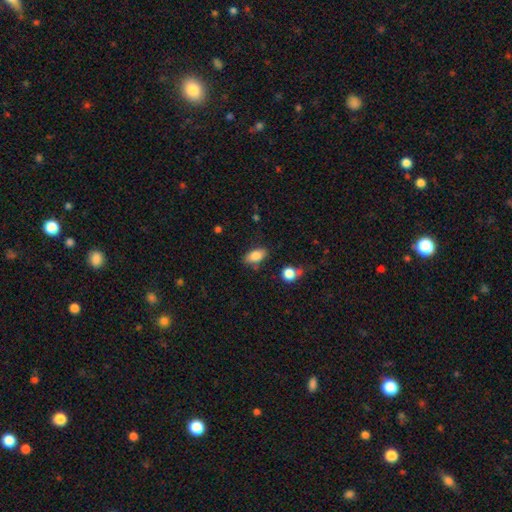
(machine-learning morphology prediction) smooth_or_featured: smooth (p=0.83) [alt: featured or disk p=0.09]
how_rounded: in between (p=0.89) [alt: round p=0.06]
merging: none (p=0.77) [alt: minor disturbance p=0.16]